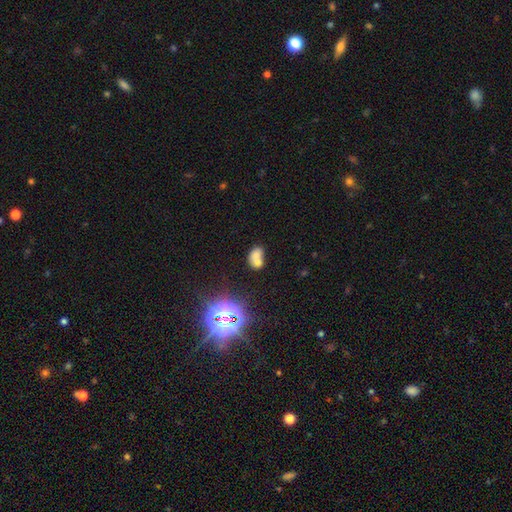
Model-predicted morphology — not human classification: A smooth galaxy with no disk features (63%) that is in between round and cigar-shaped (66%).

Vote fractions:
- Smooth or featured? smooth: 63% / featured or disk: 20% / star or artifact: 17%
- How rounded? in between: 66% / round: 33% / cigar-shaped: 2%
- Merging? merger: 62% / none: 24% / minor disturbance: 8% / major disturbance: 5%